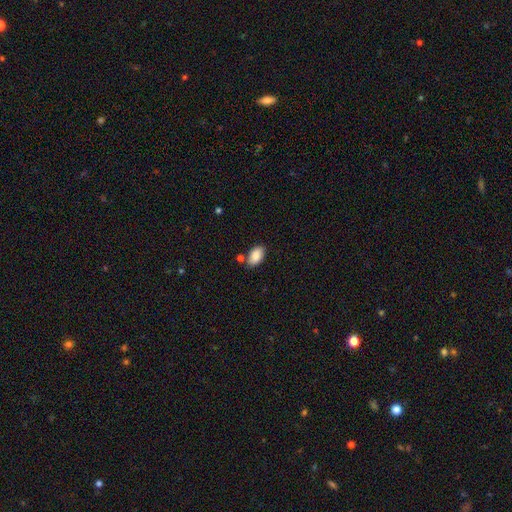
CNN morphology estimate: type=smooth (86%); roundness=in between (93%); merging=none (76%).